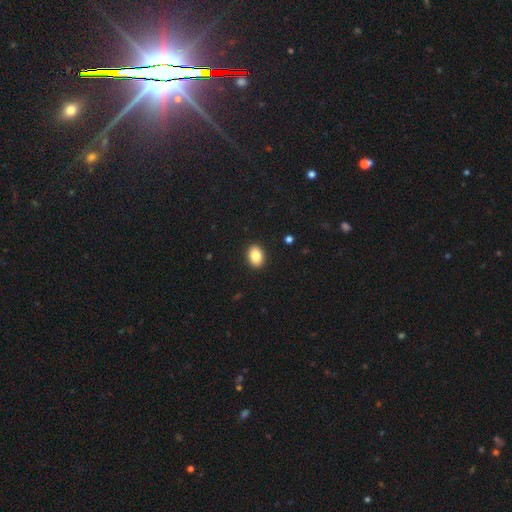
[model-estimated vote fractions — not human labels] Smooth or featured: smooth — 85% (star or artifact — 8%)
How rounded: in between — 73% (round — 26%)
Merging: none — 91% (minor disturbance — 6%)